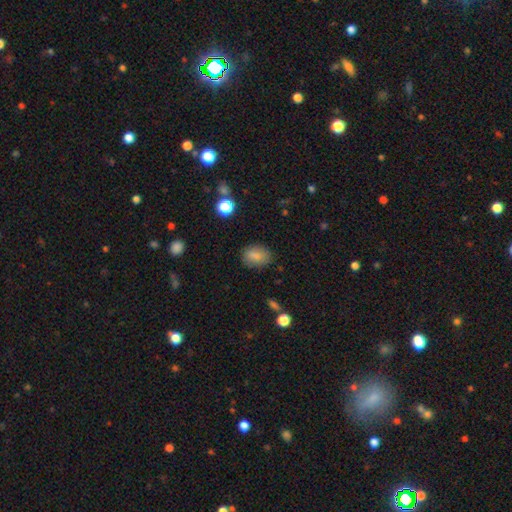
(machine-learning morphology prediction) type=smooth (84%); roundness=in between (75%); merging=none (80%).